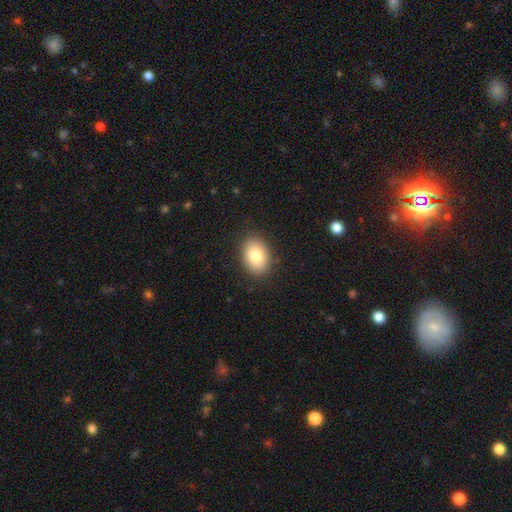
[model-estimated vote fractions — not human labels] This appears to be a smooth galaxy with no disk features (82%) that is in between round and cigar-shaped (78%). Merging: none (88%).